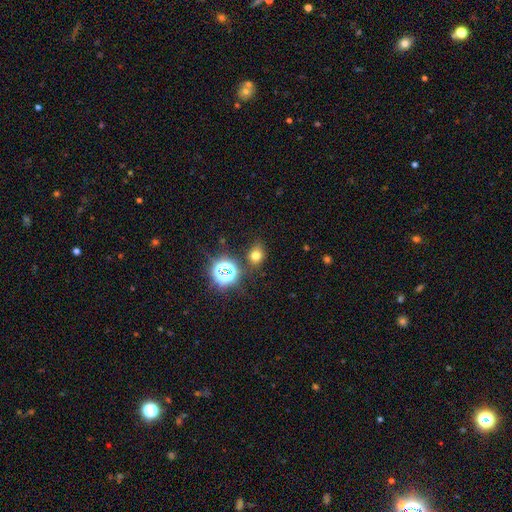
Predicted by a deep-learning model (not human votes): This appears to be a smooth galaxy with no disk features (66%) that is round (58%). Merging: none (79%).